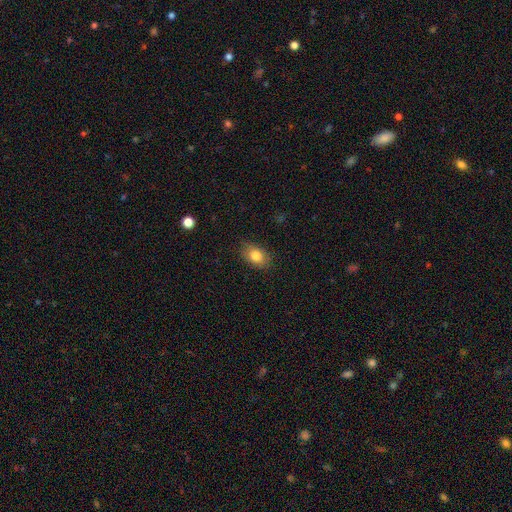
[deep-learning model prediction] Overall: smooth (82%). How rounded: in between (83%). Merging: none (83%).